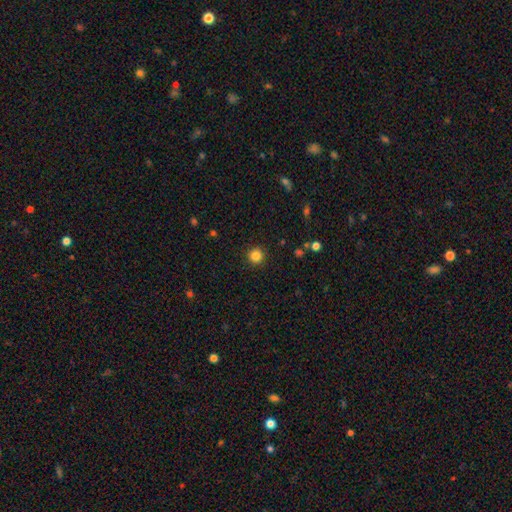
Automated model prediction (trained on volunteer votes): A smooth galaxy with no disk features (84%) that is round (95%). Merging: none (92%).